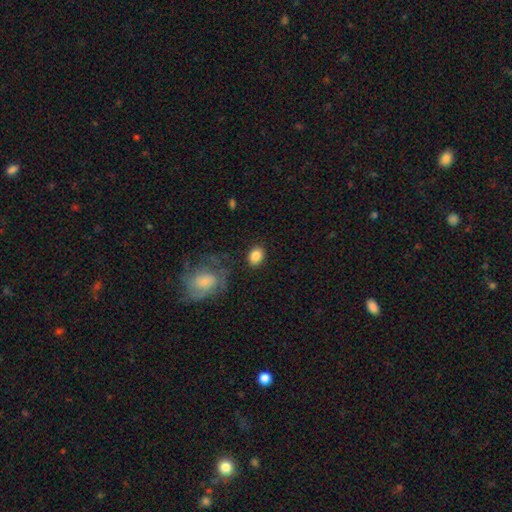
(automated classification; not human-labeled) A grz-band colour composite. It shows a smooth galaxy with no disk features (85%) that is in between round and cigar-shaped (66%). Merging: none (83%).